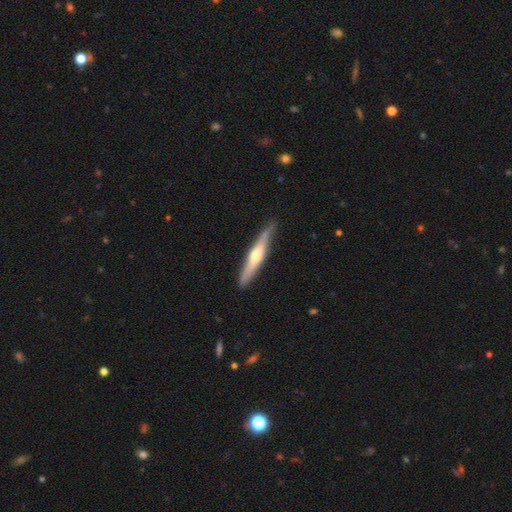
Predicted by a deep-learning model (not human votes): smooth-or-featured: featured or disk: 59% | smooth: 36% | star or artifact: 5%
  disk-edge-on: yes: 93% | no: 7%
    edge-on-bulge: rounded: 85% | none: 10% | boxy: 5%
  merging: none: 84% | minor disturbance: 12% | major disturbance: 2% | merger: 1%